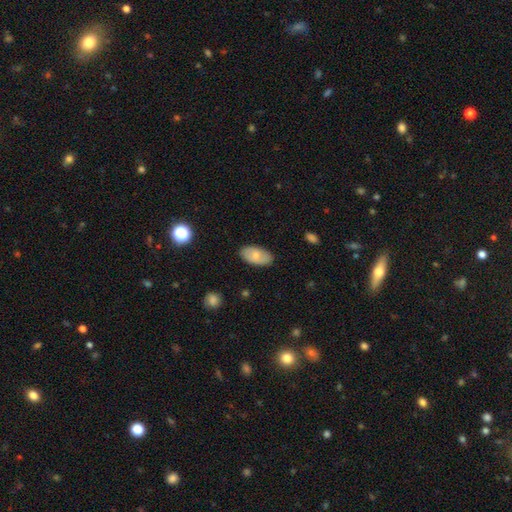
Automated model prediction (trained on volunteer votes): smooth 65%, featured or disk 29%, star or artifact 7%. Down the decision tree: how rounded — in between (93%); merging — none (84%).